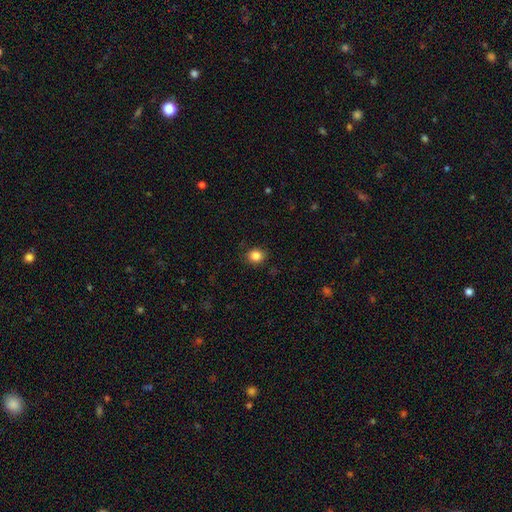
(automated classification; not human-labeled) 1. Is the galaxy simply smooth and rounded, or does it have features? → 84% smooth, 11% star or artifact, 5% featured or disk.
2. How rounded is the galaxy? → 80% round, 19% in between, 1% cigar-shaped.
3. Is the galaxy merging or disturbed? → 89% none, 8% minor disturbance, 2% major disturbance, 1% merger.